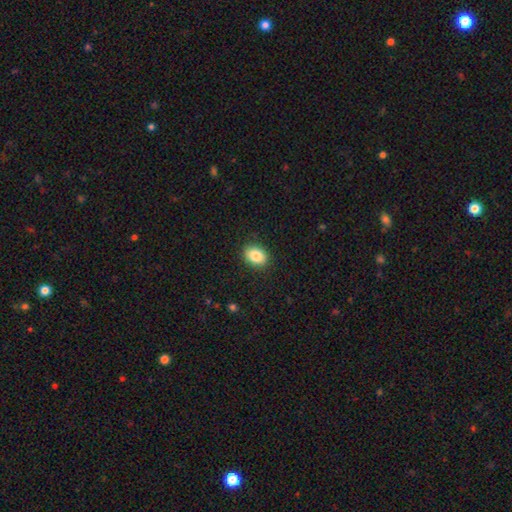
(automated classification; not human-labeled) Morphology: type=smooth (85%); roundness=in between (72%); merging=none (88%).